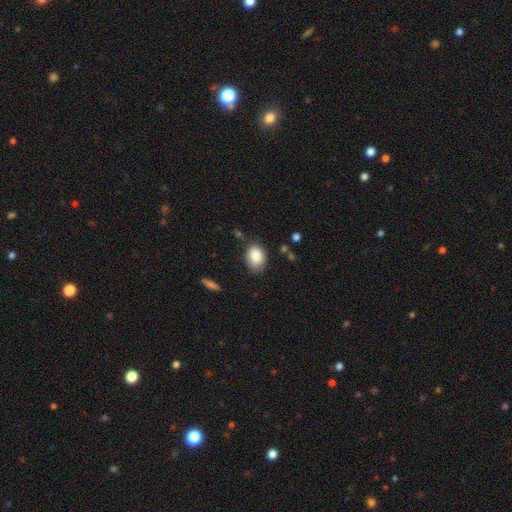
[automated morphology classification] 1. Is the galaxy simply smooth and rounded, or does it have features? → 84% smooth, 8% star or artifact, 8% featured or disk.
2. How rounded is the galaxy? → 69% in between, 30% round, 1% cigar-shaped.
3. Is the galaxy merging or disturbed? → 72% none, 21% minor disturbance, 4% major disturbance, 3% merger.